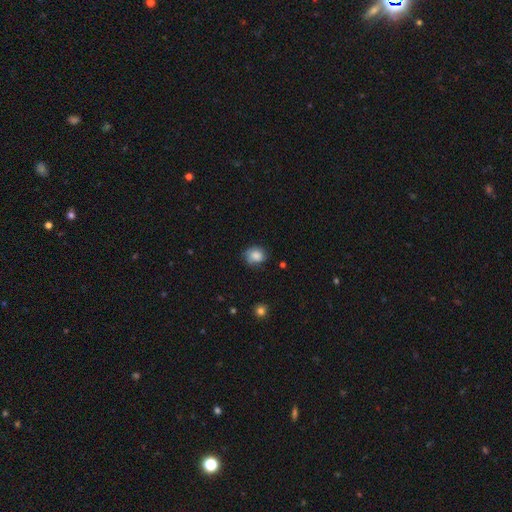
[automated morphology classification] Smooth or featured?
  - smooth: 82% *
  - featured or disk: 9%
  - star or artifact: 9%
How rounded?
  - round: 66% *
  - in between: 33%
  - cigar-shaped: 1%
Merging?
  - none: 69% *
  - minor disturbance: 24%
  - major disturbance: 5%
  - merger: 2%